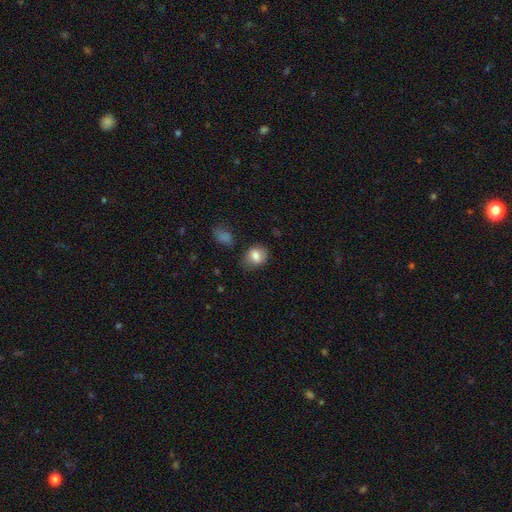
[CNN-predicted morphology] A smooth galaxy with no disk features (82%) that is round (50%).

Vote fractions:
- Smooth or featured? smooth: 82% / featured or disk: 10% / star or artifact: 9%
- How rounded? round: 50% / in between: 49% / cigar-shaped: 1%
- Merging? none: 72% / minor disturbance: 19% / major disturbance: 5% / merger: 3%